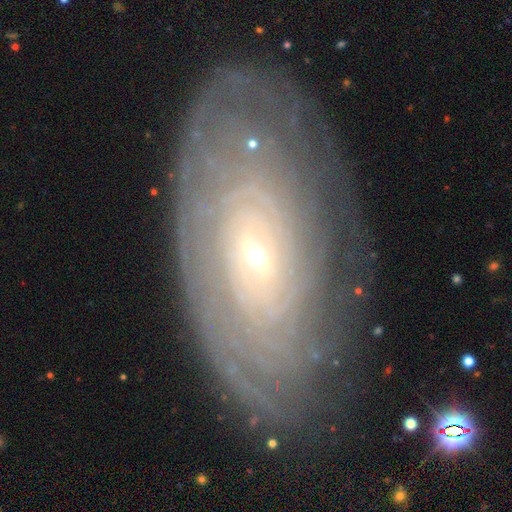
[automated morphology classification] type=featured or disk (74%); edge-on=no (91%); bar=no (69%); spiral arms=yes (78%); winding=tight (81%); arm count=can't tell (64%); bulge=small (82%); merging=none (79%).